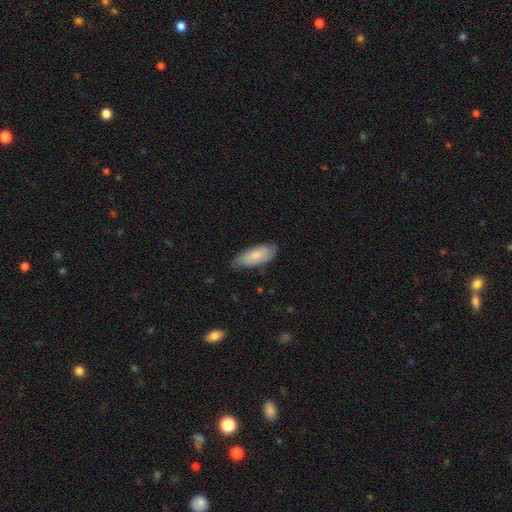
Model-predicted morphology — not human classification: A smooth galaxy with no disk features (76%) that is in between round and cigar-shaped (76%). Merging: none (71%).